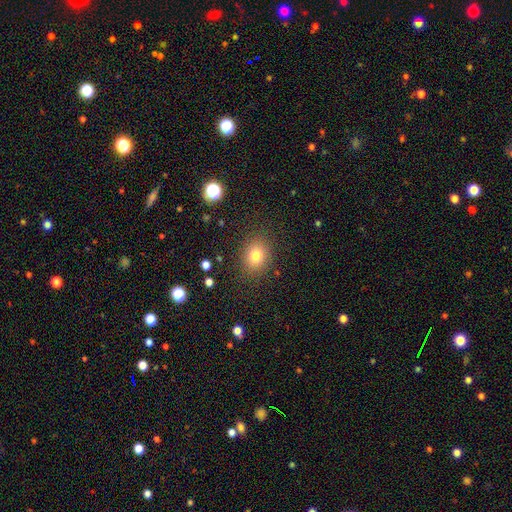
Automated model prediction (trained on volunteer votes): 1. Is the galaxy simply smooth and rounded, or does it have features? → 78% smooth, 13% star or artifact, 9% featured or disk.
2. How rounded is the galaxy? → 57% round, 43% in between, 1% cigar-shaped.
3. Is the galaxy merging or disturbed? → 86% none, 9% minor disturbance, 4% major disturbance, 1% merger.